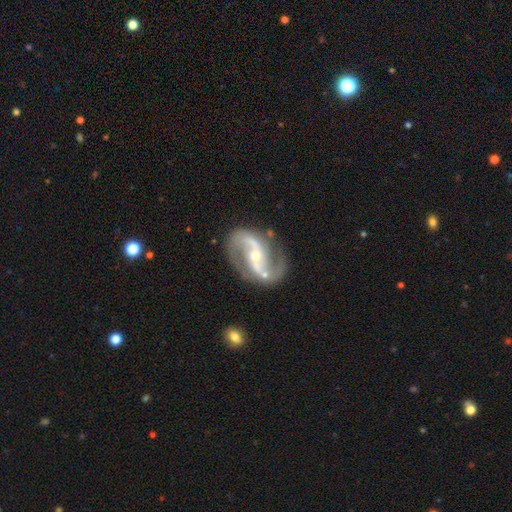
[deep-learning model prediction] Smooth or featured: featured or disk — 92% (star or artifact — 5%)
Edge-on disk: no — 98% (yes — 2%)
Bar: strong — 38% (no — 32%)
Spiral arms: yes — 98% (no — 2%)
Spiral winding: medium — 52% (loose — 34%)
Spiral arm count: 2 — 94% (can't tell — 2%)
Bulge size: small — 57% (moderate — 39%)
Merging: none — 77% (minor disturbance — 13%)